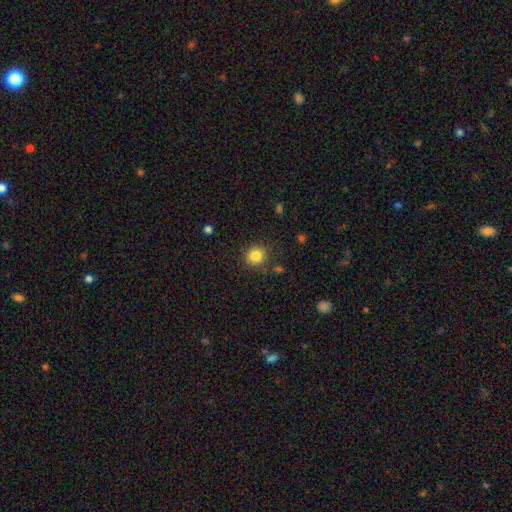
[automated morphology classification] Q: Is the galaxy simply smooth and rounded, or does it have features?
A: smooth — 83%.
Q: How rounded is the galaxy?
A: round — 83%.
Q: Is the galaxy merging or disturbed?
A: none — 84%.